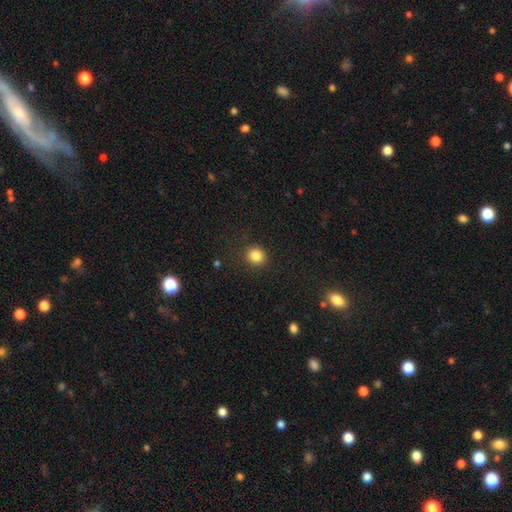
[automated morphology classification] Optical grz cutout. It shows a smooth galaxy with no disk features (85%) that is round (85%). Merging: none (90%).